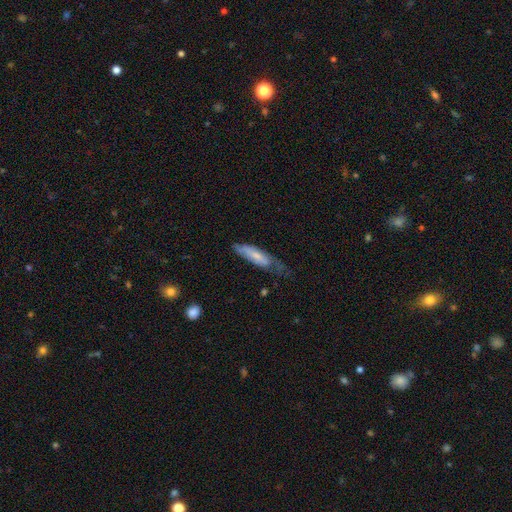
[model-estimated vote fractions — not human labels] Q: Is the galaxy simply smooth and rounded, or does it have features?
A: smooth — 53%.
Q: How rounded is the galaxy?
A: cigar-shaped — 60%.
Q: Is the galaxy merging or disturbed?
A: none — 44%.